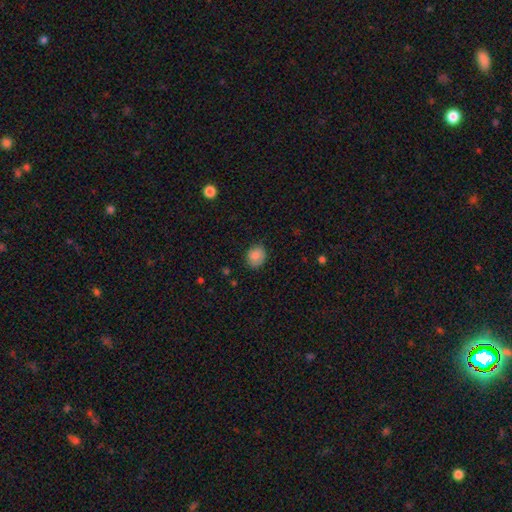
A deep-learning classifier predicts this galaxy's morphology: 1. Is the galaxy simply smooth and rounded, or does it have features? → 85% smooth, 9% star or artifact, 6% featured or disk.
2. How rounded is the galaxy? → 60% round, 39% in between, 1% cigar-shaped.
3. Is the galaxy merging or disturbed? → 78% none, 18% minor disturbance, 3% major disturbance, 1% merger.